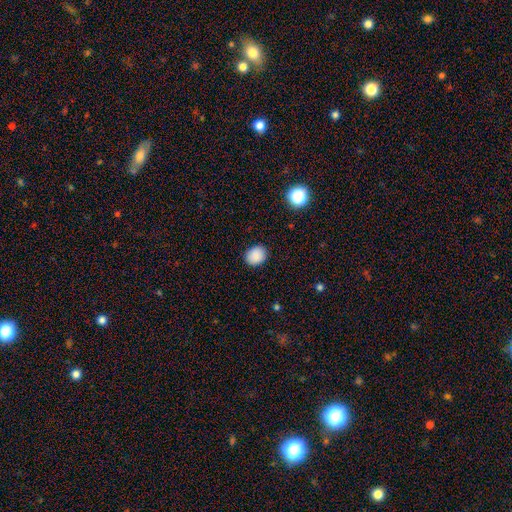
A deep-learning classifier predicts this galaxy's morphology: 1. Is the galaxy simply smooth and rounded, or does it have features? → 88% smooth, 9% star or artifact, 3% featured or disk.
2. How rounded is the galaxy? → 58% round, 42% in between, 1% cigar-shaped.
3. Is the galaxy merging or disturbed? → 88% none, 9% minor disturbance, 2% major disturbance, 1% merger.